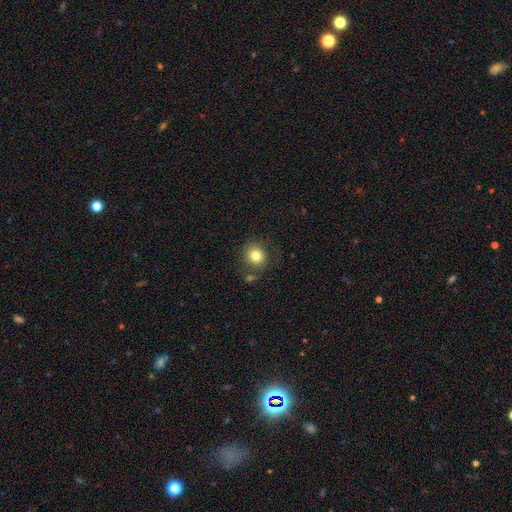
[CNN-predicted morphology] Smooth or featured: smooth — 82% (star or artifact — 10%)
How rounded: round — 80% (in between — 19%)
Merging: none — 76% (minor disturbance — 12%)